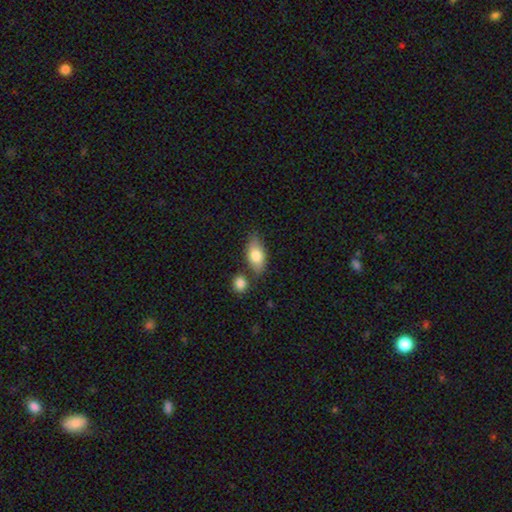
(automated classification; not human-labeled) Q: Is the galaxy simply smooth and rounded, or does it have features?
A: smooth — 77%.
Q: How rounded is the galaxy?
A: in between — 87%.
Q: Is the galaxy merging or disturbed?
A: none — 67%.